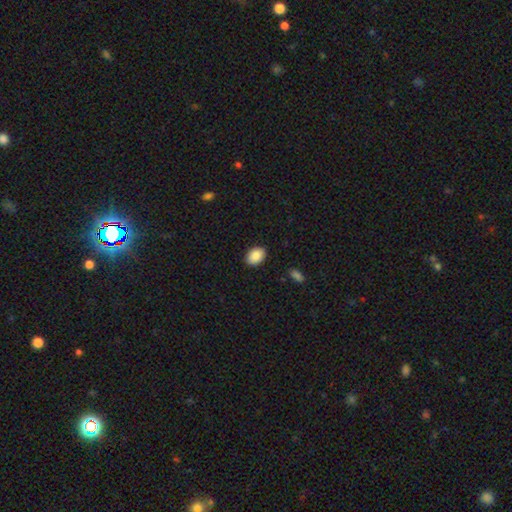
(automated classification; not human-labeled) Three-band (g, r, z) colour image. It shows a smooth galaxy with no disk features (89%) that is in between round and cigar-shaped (84%). Merging: none (89%).